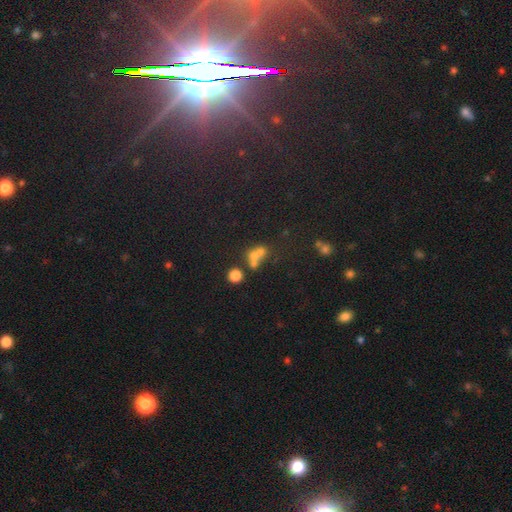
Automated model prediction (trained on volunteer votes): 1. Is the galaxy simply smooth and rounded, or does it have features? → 59% smooth, 21% star or artifact, 20% featured or disk.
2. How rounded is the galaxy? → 67% round, 31% in between, 2% cigar-shaped.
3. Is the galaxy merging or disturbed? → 55% merger, 29% none, 9% minor disturbance, 7% major disturbance.